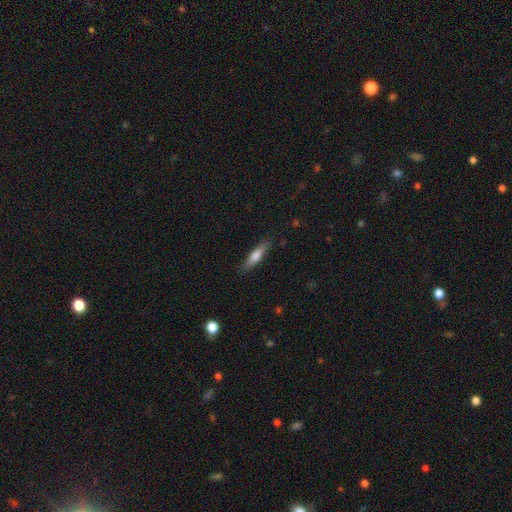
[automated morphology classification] Q: Smooth or featured?
A: smooth (66%); runner-up: featured or disk (28%)
Q: How rounded?
A: cigar-shaped (78%); runner-up: in between (20%)
Q: Merging?
A: none (85%); runner-up: minor disturbance (11%)